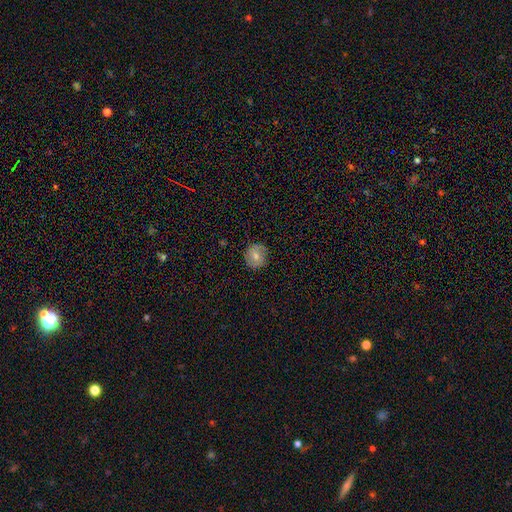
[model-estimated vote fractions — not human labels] Smooth or featured? smooth (72%)
How rounded? round (86%)
Merging? none (86%)